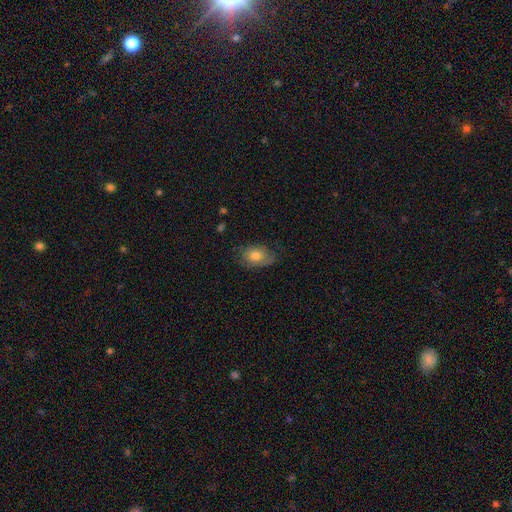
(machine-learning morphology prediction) smooth_or_featured: smooth (p=0.69) [alt: featured or disk p=0.23]
how_rounded: in between (p=0.81) [alt: round p=0.17]
merging: none (p=0.65) [alt: minor disturbance p=0.25]